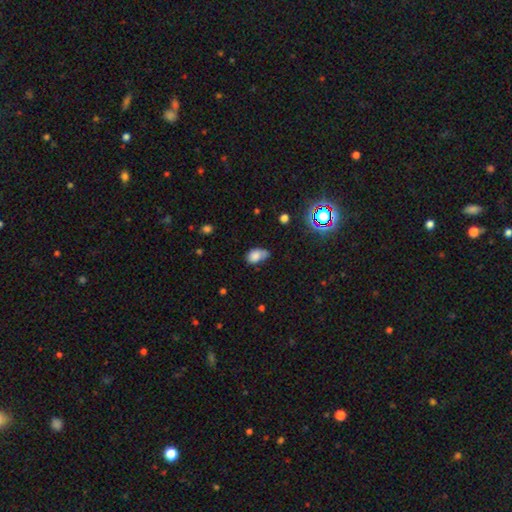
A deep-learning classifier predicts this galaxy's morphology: This appears to be a smooth galaxy with no disk features (78%) that is in between round and cigar-shaped (82%). Merging: none (39%, tied with minor disturbance).